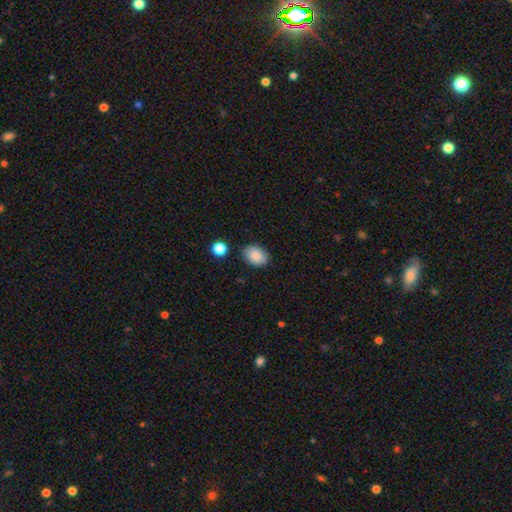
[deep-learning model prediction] This is clearly a smooth galaxy (84%). How rounded: likely in between (77%). Merging: clearly none (85%).